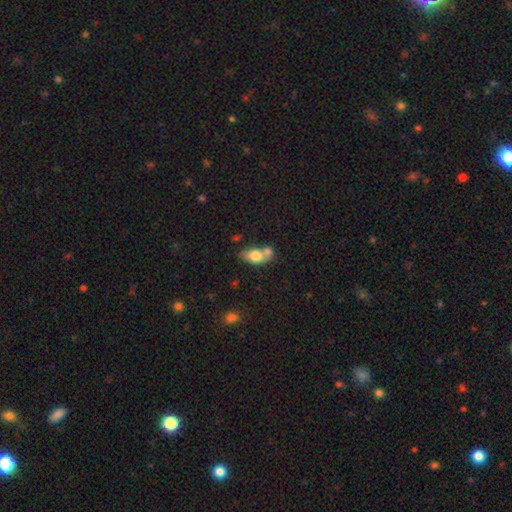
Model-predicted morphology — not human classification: This is likely a smooth galaxy (74%). How rounded: clearly in between (81%). Merging: possibly merger (50%).